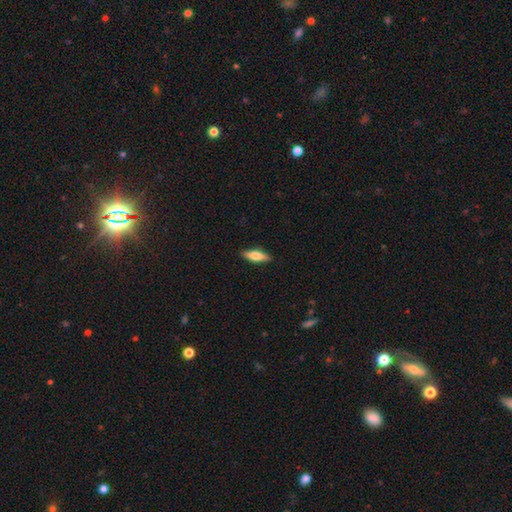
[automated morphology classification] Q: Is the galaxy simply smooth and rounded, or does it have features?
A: smooth — 66%.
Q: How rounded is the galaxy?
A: in between — 51%.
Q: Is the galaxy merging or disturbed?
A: none — 89%.